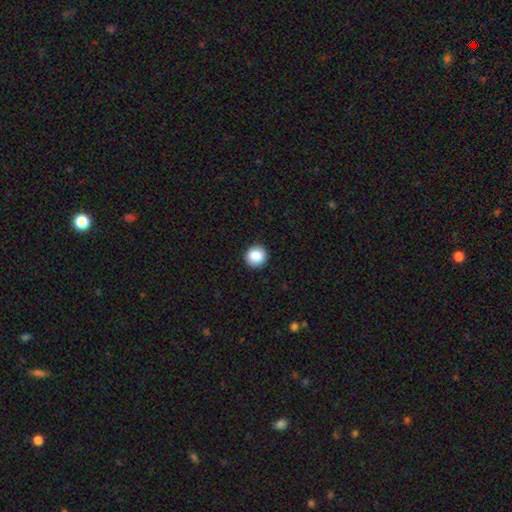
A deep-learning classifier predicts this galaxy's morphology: A smooth galaxy with no disk features (88%) that is round (91%).

Vote fractions:
- Smooth or featured? smooth: 88% / star or artifact: 9% / featured or disk: 4%
- How rounded? round: 91% / in between: 8% / cigar-shaped: 1%
- Merging? none: 92% / minor disturbance: 6% / major disturbance: 2% / merger: 1%